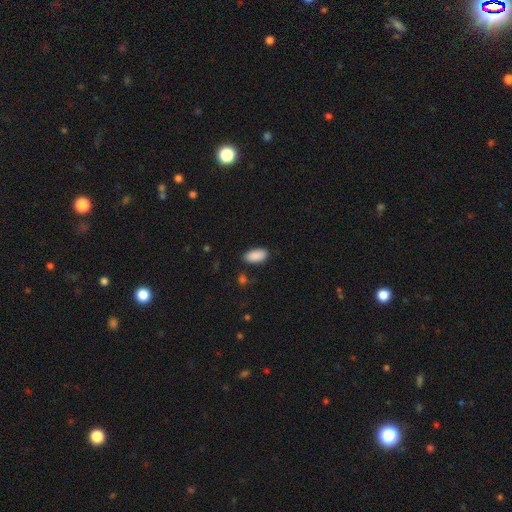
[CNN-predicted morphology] type=smooth (90%); roundness=in between (94%); merging=none (84%).